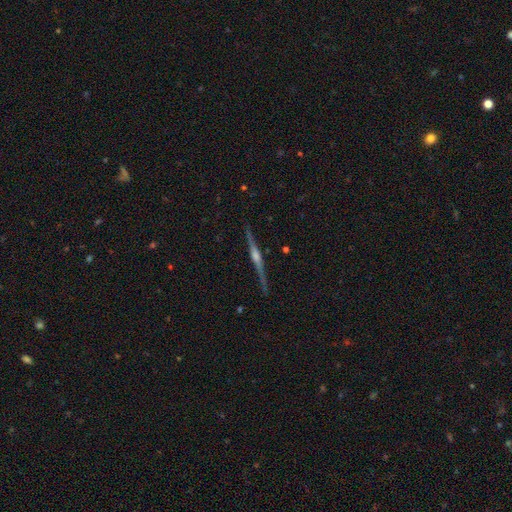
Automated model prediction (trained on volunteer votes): This is clearly a featured or disk galaxy (82%). It is clearly viewed edge-on (98%). Edge-on bulge: likely rounded (77%). Merging: clearly none (88%).